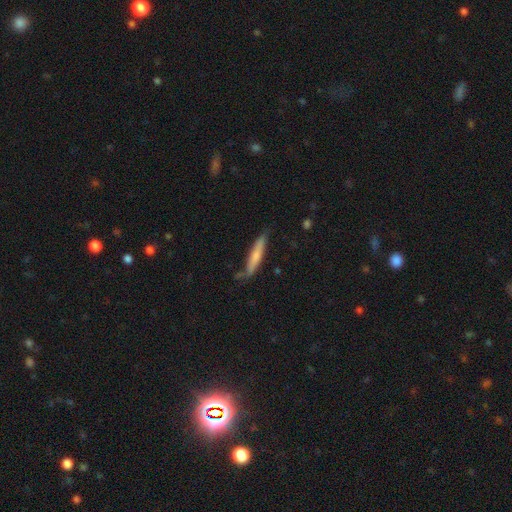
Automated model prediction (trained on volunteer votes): Smooth or featured: smooth — 62% (featured or disk — 32%)
How rounded: cigar-shaped — 92% (in between — 7%)
Merging: none — 70% (minor disturbance — 22%)